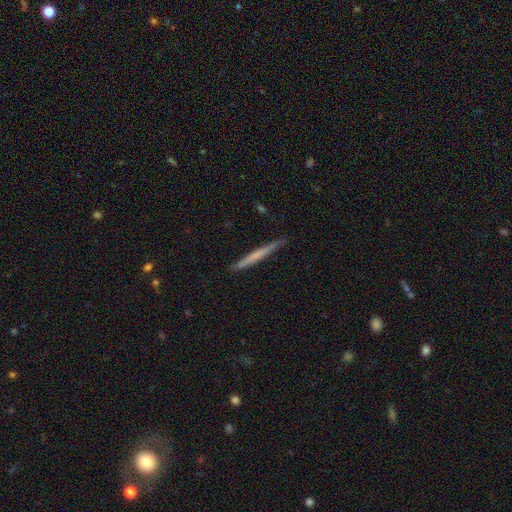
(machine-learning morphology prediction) Q: Smooth or featured?
A: smooth (50%); runner-up: featured or disk (45%)
Q: Merging?
A: none (89%); runner-up: minor disturbance (9%)